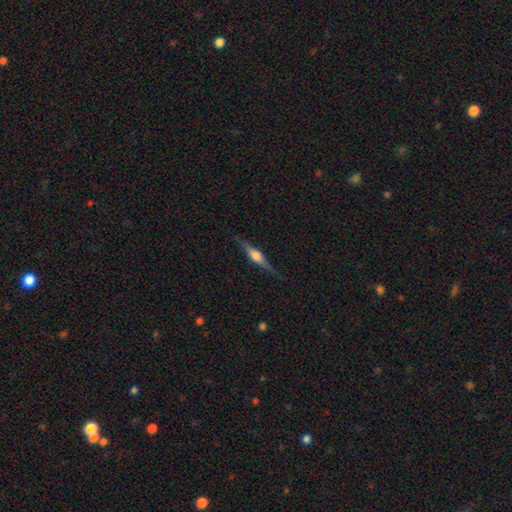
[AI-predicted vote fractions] Q: Smooth or featured?
A: featured or disk (75%); runner-up: smooth (19%)
Q: Edge-on disk?
A: yes (97%); runner-up: no (3%)
Q: Edge-on bulge?
A: rounded (89%); runner-up: boxy (8%)
Q: Merging?
A: none (86%); runner-up: minor disturbance (10%)